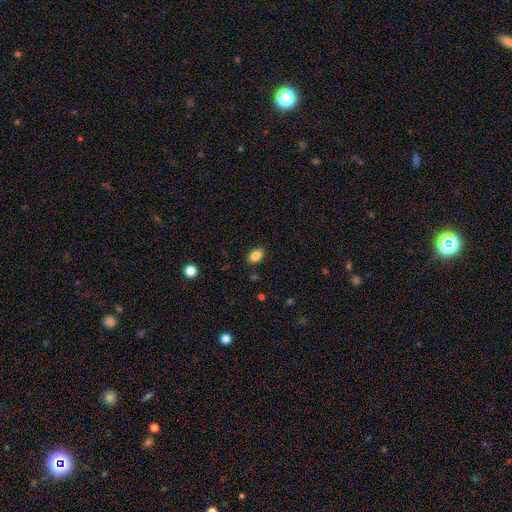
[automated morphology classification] type=smooth (85%); roundness=in between (88%); merging=none (87%).